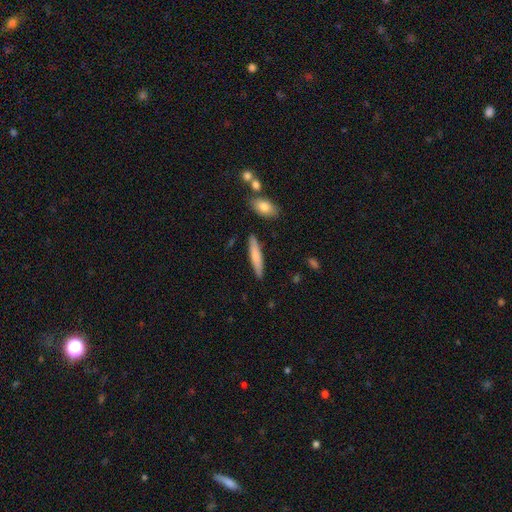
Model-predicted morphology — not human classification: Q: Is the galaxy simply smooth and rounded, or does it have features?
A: smooth — 73%.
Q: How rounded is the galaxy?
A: cigar-shaped — 84%.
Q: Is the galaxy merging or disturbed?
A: none — 86%.